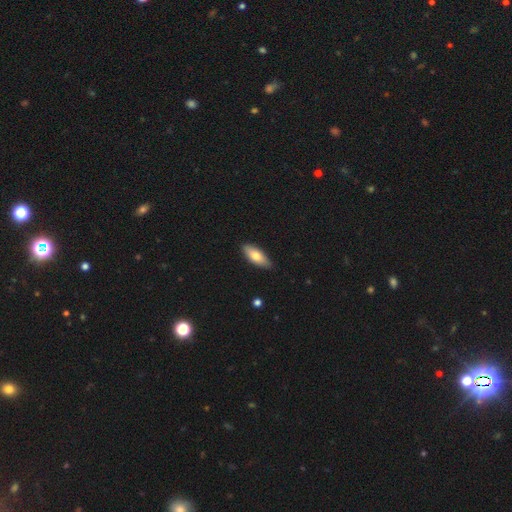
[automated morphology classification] type=smooth (72%); roundness=in between (75%); merging=none (86%).